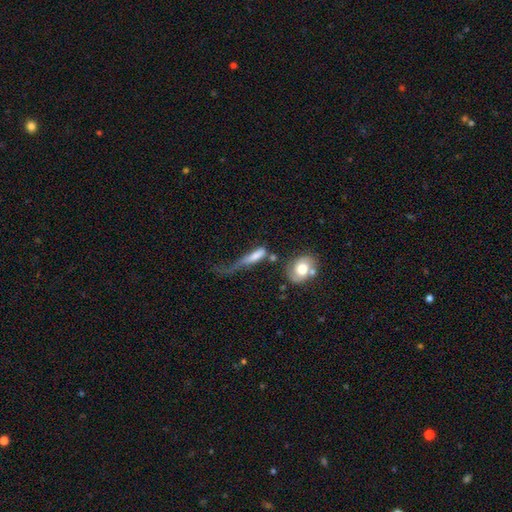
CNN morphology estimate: A smooth galaxy with no disk features (61%) that is cigar-shaped (51%). Merging: major disturbance (45%).